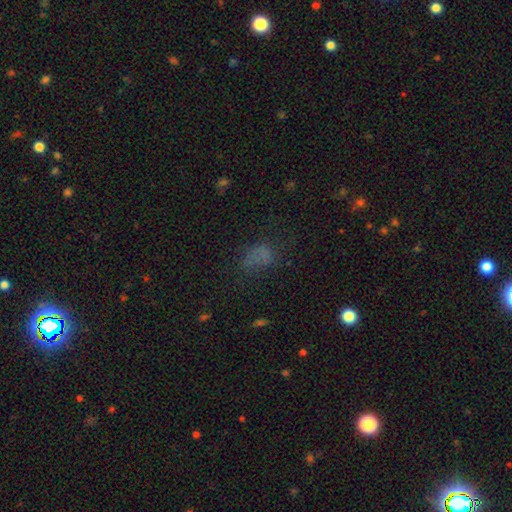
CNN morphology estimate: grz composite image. It shows a smooth galaxy with no disk features (54%) that is in between round and cigar-shaped (74%). Merging: none (48%).